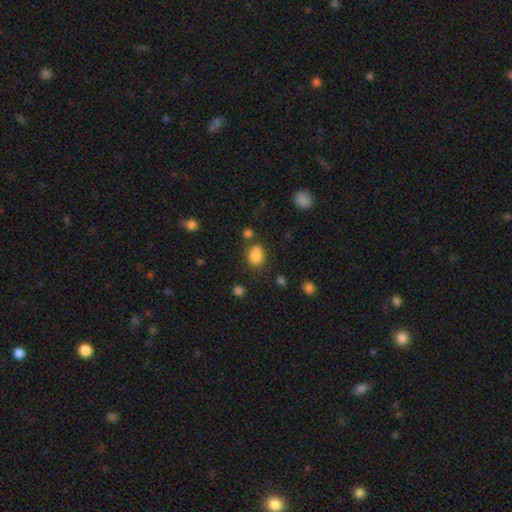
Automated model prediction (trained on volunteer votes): Overall: smooth (83%). How rounded: in between (57%; round 42%). Merging: none (62%).